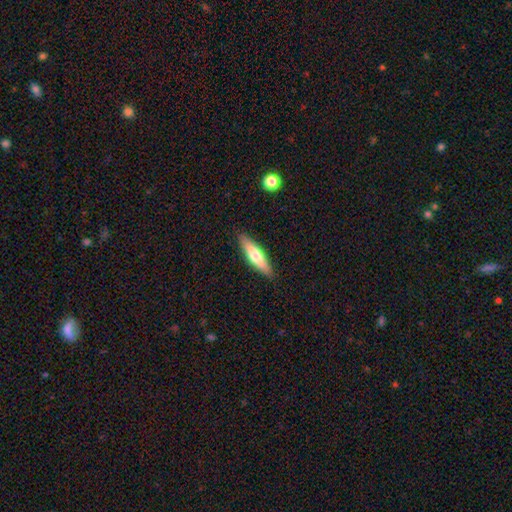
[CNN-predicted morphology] Smooth or featured?
  - smooth: 56% *
  - featured or disk: 39%
  - star or artifact: 6%
How rounded?
  - cigar-shaped: 69% *
  - in between: 29%
  - round: 2%
Merging?
  - none: 89% *
  - minor disturbance: 8%
  - major disturbance: 2%
  - merger: 1%